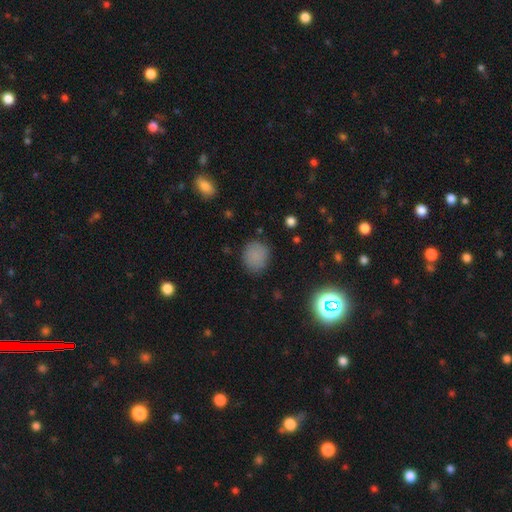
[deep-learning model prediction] Smooth or featured? smooth (81%)
How rounded? round (70%)
Merging? none (83%)